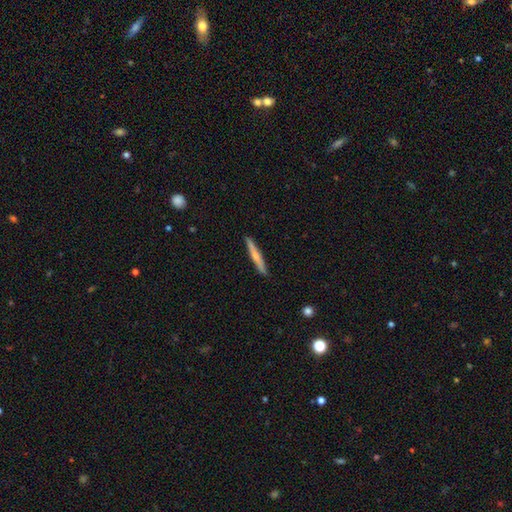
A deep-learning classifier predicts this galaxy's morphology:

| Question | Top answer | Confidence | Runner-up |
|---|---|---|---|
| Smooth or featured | smooth | 52% | featured or disk (43%) |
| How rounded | cigar-shaped | 94% | in between (4%) |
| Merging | none | 89% | minor disturbance (8%) |